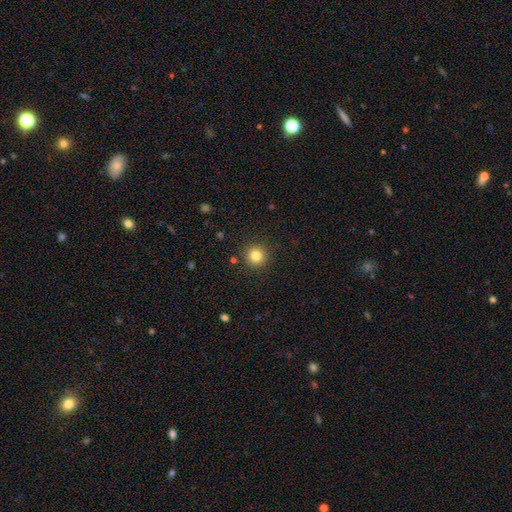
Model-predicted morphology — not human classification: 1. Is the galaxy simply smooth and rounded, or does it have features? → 83% smooth, 12% star or artifact, 6% featured or disk.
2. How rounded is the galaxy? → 95% round, 4% in between, 1% cigar-shaped.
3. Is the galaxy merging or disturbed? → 91% none, 6% minor disturbance, 2% major disturbance, 1% merger.